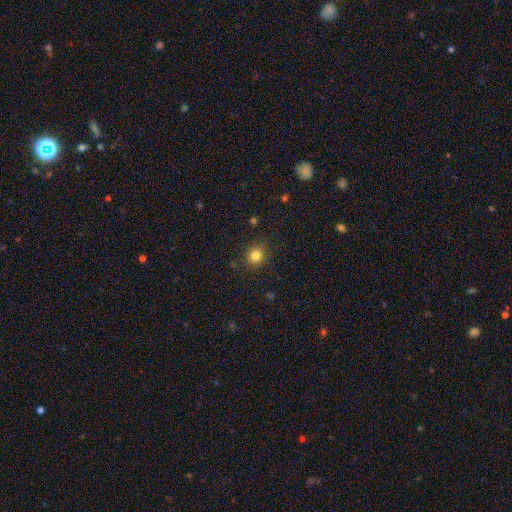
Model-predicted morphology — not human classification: Smooth or featured? smooth (81%)
How rounded? round (85%)
Merging? none (88%)